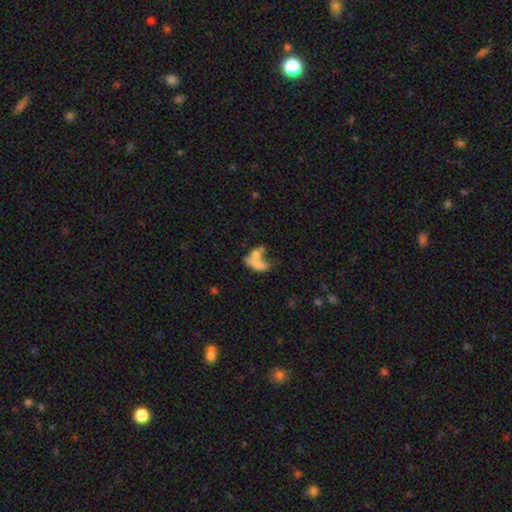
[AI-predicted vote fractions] A smooth galaxy with no disk features (66%) that is in between round and cigar-shaped (68%).

Vote fractions:
- Smooth or featured? smooth: 66% / featured or disk: 24% / star or artifact: 10%
- How rounded? in between: 68% / cigar-shaped: 23% / round: 9%
- Merging? merger: 53% / none: 25% / minor disturbance: 11% / major disturbance: 10%